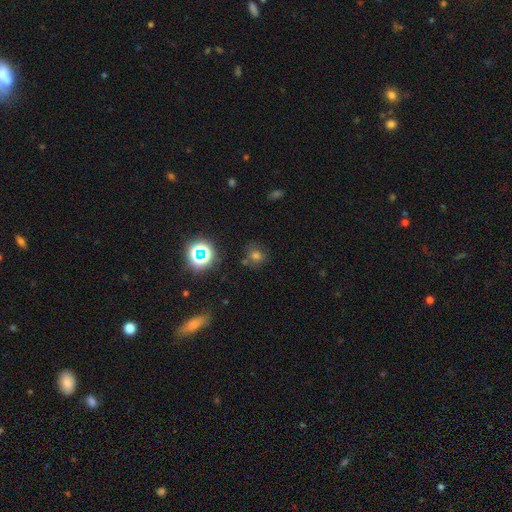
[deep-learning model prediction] Morphology: type=smooth (63%); roundness=round (80%); merging=none (72%).